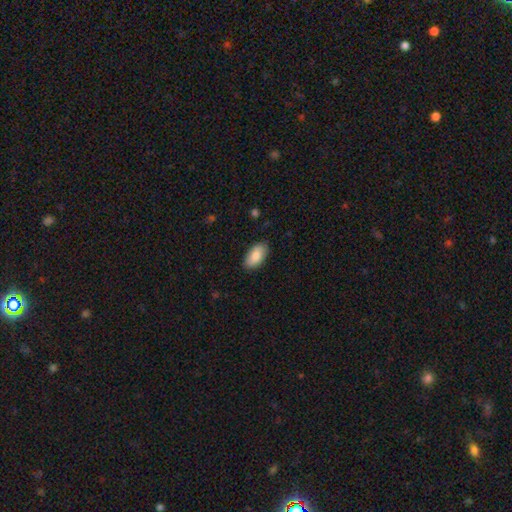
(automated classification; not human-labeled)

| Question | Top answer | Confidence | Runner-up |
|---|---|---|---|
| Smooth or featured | smooth | 85% | featured or disk (9%) |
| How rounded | in between | 94% | round (3%) |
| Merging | none | 86% | minor disturbance (11%) |